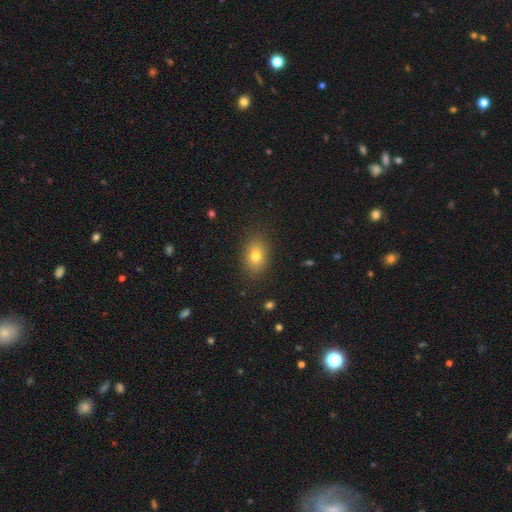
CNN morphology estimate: A smooth galaxy with no disk features (76%) that is in between round and cigar-shaped (76%). Merging: none (86%).